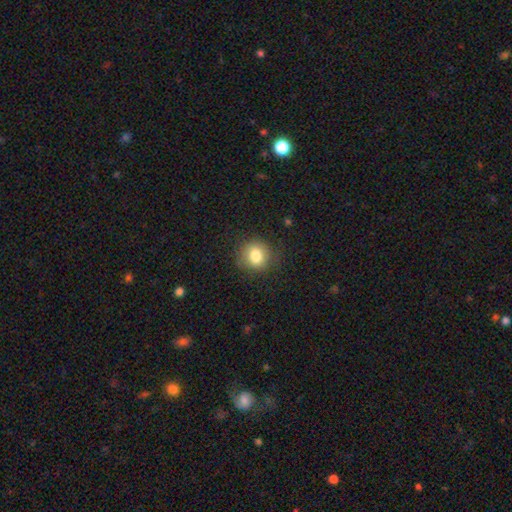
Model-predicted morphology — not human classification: Smooth or featured?
  - smooth: 80% *
  - star or artifact: 10%
  - featured or disk: 9%
How rounded?
  - round: 81% *
  - in between: 18%
  - cigar-shaped: 1%
Merging?
  - none: 83% *
  - minor disturbance: 12%
  - major disturbance: 4%
  - merger: 1%